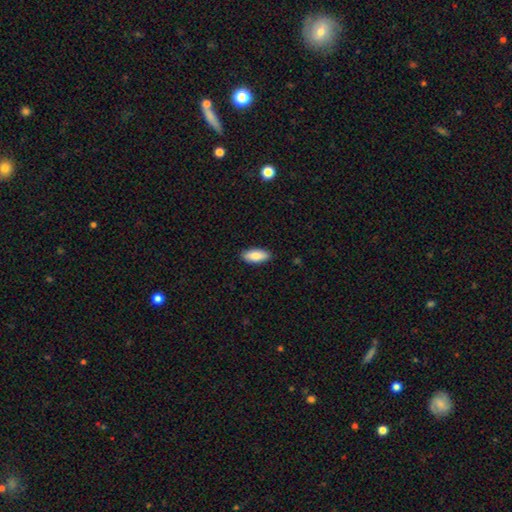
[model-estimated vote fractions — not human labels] Smooth or featured? smooth (85%)
How rounded? in between (87%)
Merging? none (89%)